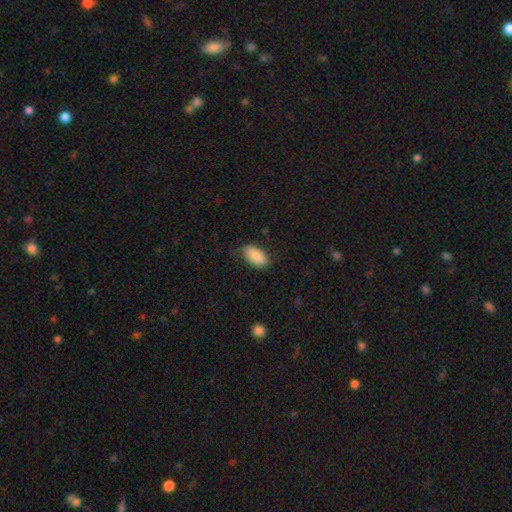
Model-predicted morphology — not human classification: smooth-or-featured: smooth: 84% | featured or disk: 9% | star or artifact: 7%
  how-rounded: in between: 94% | round: 4% | cigar-shaped: 2%
  merging: none: 75% | minor disturbance: 19% | major disturbance: 4% | merger: 1%